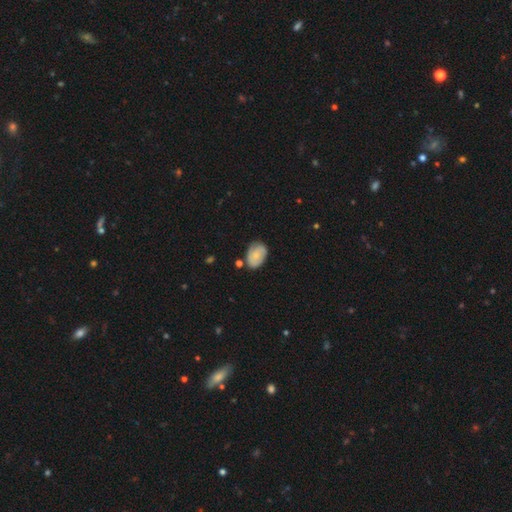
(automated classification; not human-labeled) smooth 72%, featured or disk 22%, star or artifact 7%. Down the decision tree: how rounded — in between (83%); merging — none (66%).